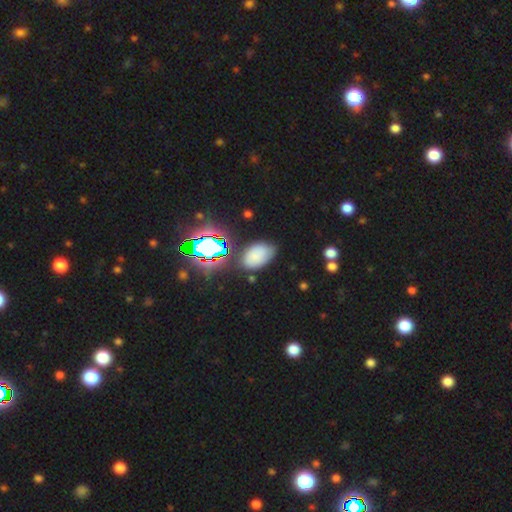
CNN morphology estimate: This is likely a smooth galaxy (71%). How rounded: clearly in between (90%). Merging: likely none (73%).